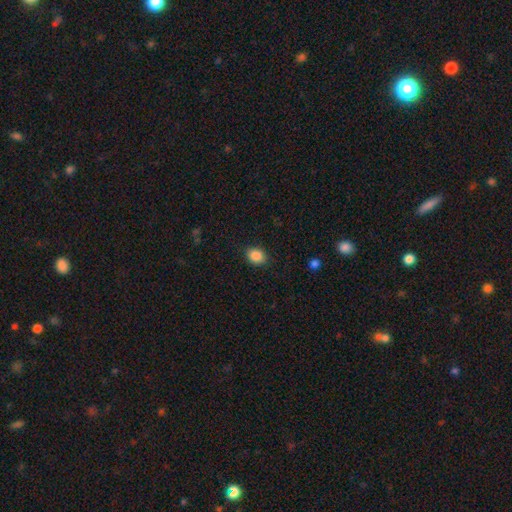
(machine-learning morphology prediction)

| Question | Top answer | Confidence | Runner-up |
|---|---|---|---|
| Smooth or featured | smooth | 87% | star or artifact (9%) |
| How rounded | in between | 60% | round (39%) |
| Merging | none | 87% | minor disturbance (10%) |